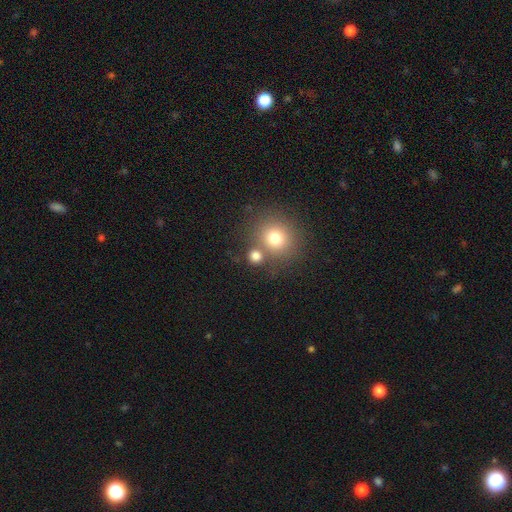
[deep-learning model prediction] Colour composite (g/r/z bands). It shows a smooth galaxy with no disk features (76%) that is round (86%). Merging: none (64%).